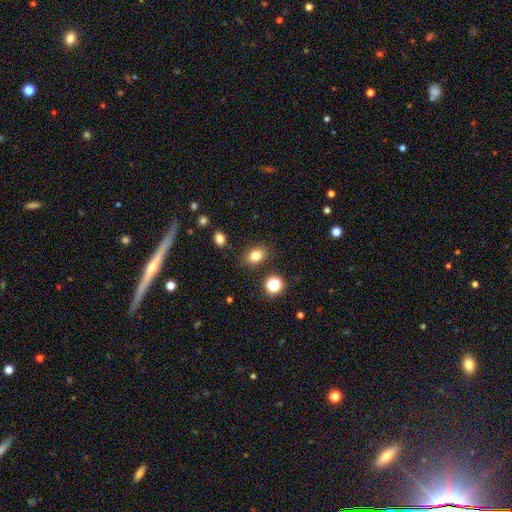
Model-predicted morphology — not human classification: This appears to be a smooth galaxy with no disk features (81%) that is in between round and cigar-shaped (71%). Merging: none (84%).